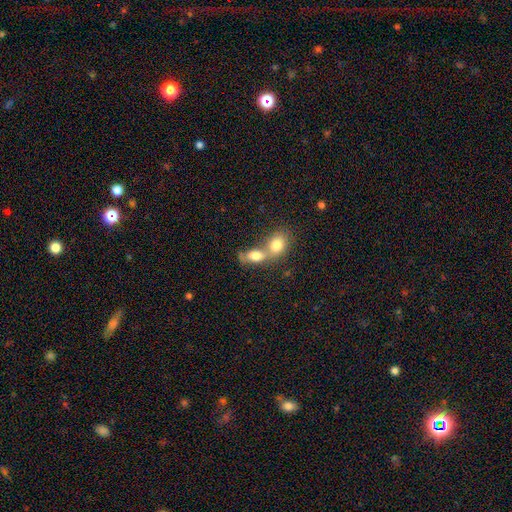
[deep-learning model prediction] The model was most divided on "merging": merger: 73%, none: 17%, minor disturbance: 6%, major disturbance: 4%. More confident: how rounded — in between (78%); smooth or featured — smooth (75%).